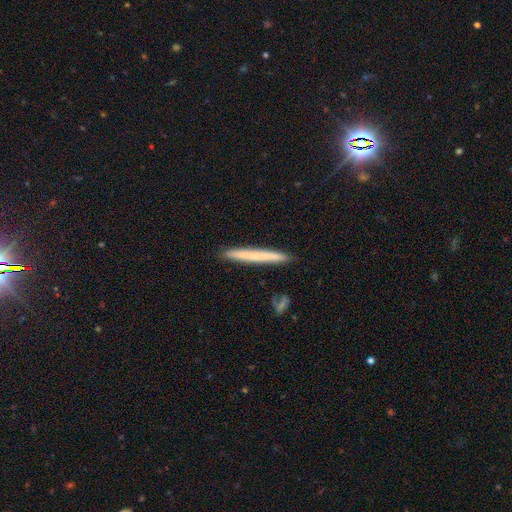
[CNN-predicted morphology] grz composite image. It shows a smooth galaxy with no disk features (63%) that is cigar-shaped (97%). Merging: none (91%).